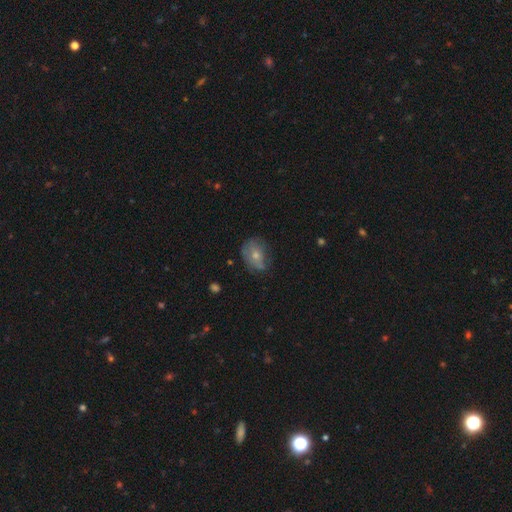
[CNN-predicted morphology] Smooth or featured: smooth — 59% (featured or disk — 32%)
How rounded: in between — 58% (round — 40%)
Merging: none — 54% (minor disturbance — 31%)